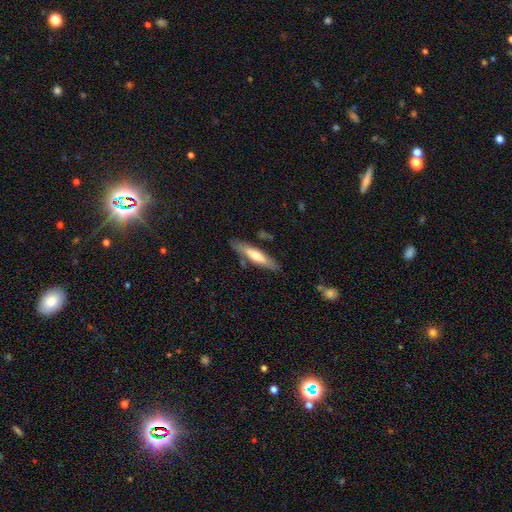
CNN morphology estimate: Overall: smooth (52%; featured or disk 43%). How rounded: cigar-shaped (76%). Merging: none (80%).